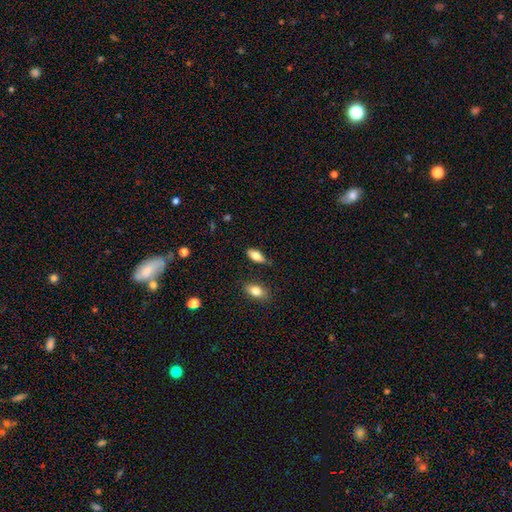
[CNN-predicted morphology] A smooth galaxy with no disk features (78%) that is in between round and cigar-shaped (83%). Merging: none (80%).